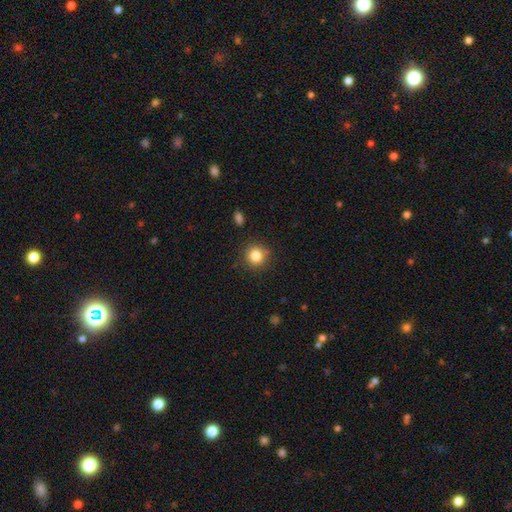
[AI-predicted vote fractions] Smooth or featured?
  - smooth: 83% *
  - star or artifact: 11%
  - featured or disk: 6%
How rounded?
  - round: 92% *
  - in between: 7%
  - cigar-shaped: 1%
Merging?
  - none: 86% *
  - minor disturbance: 8%
  - major disturbance: 3%
  - merger: 3%